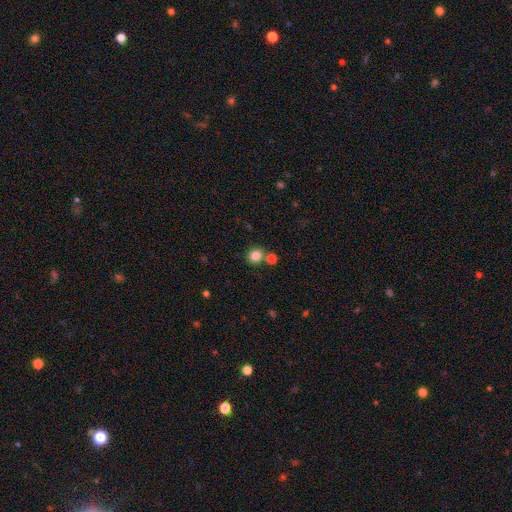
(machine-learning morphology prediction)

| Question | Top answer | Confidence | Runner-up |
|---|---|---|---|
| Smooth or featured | smooth | 83% | star or artifact (12%) |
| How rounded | round | 83% | in between (16%) |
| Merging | none | 70% | merger (18%) |